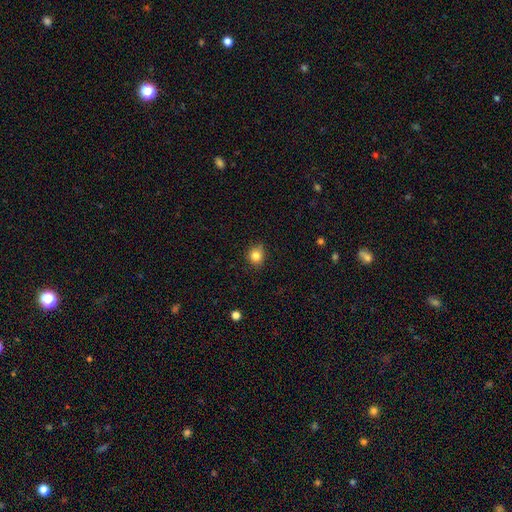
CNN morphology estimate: smooth_or_featured: smooth (p=0.83) [alt: star or artifact p=0.11]
how_rounded: round (p=0.74) [alt: in between p=0.26]
merging: none (p=0.81) [alt: minor disturbance p=0.15]